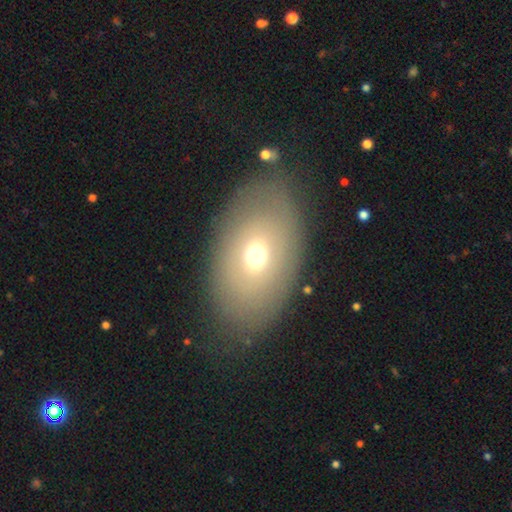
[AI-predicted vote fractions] Smooth or featured: smooth — 58% (featured or disk — 31%)
How rounded: in between — 84% (round — 15%)
Merging: none — 79% (minor disturbance — 12%)